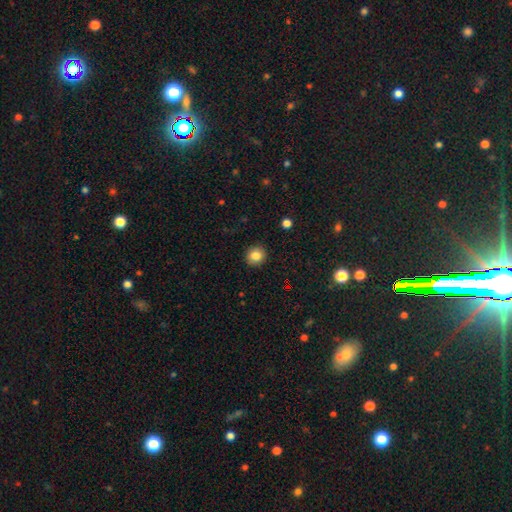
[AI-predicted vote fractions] The model was most divided on "how rounded": round: 85%, in between: 14%, cigar-shaped: 1%. More confident: merging — none (91%); smooth or featured — smooth (84%).